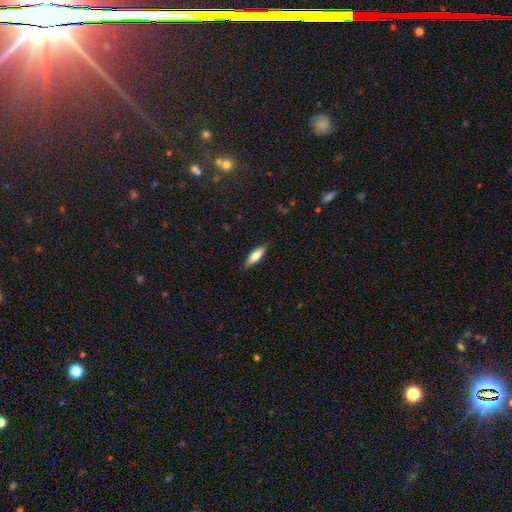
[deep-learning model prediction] Smooth or featured? Predicted: smooth (p=0.66). How rounded? Predicted: cigar-shaped (p=0.55). Merging? Predicted: none (p=0.87).